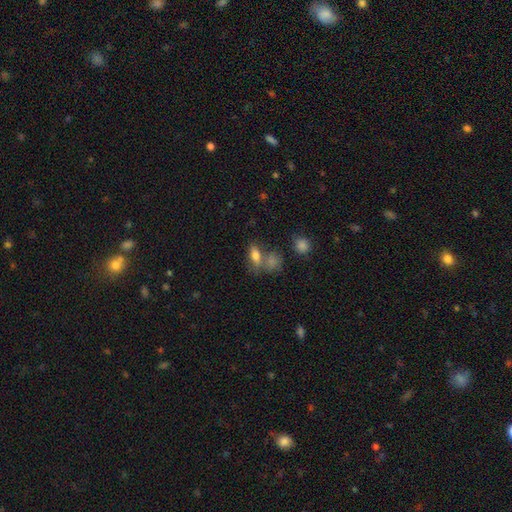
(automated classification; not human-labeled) This is likely a smooth galaxy (74%). How rounded: likely in between (78%). Merging: possibly none (47%).